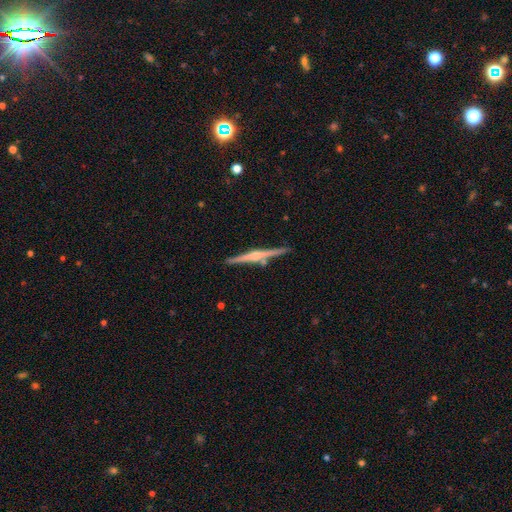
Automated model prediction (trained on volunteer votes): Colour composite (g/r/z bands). It shows a featured or disk galaxy (78%) viewed edge-on (98%) with a rounded central bulge (82%). Merging: none (86%).